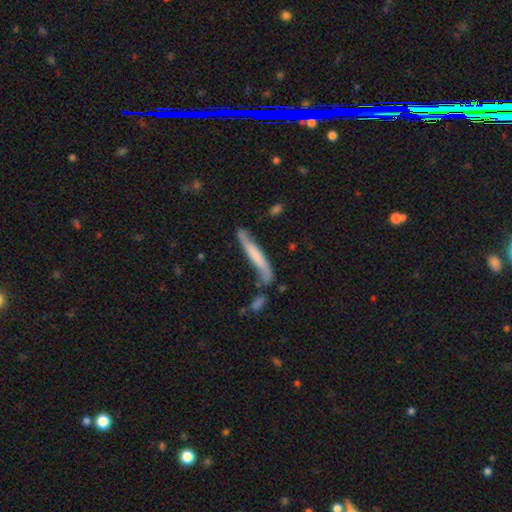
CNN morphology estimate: Smooth or featured?
  - smooth: 55% *
  - featured or disk: 39%
  - star or artifact: 6%
How rounded?
  - cigar-shaped: 93% *
  - in between: 5%
  - round: 1%
Merging?
  - none: 55% *
  - minor disturbance: 24%
  - merger: 12%
  - major disturbance: 8%